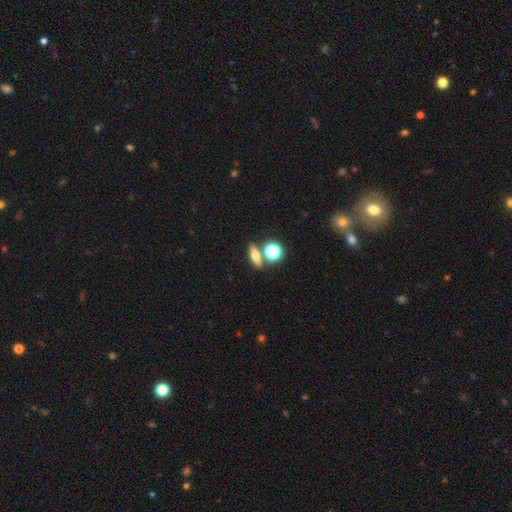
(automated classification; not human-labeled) A smooth galaxy with no disk features (58%) that is in between round and cigar-shaped (46%). Merging: none (72%).